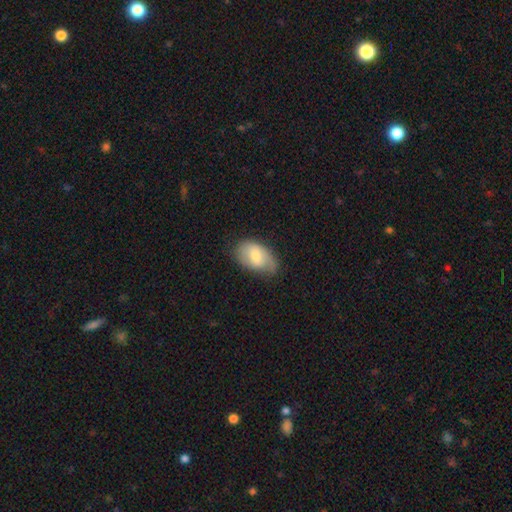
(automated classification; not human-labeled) smooth_or_featured: smooth (p=0.62) [alt: featured or disk p=0.31]
how_rounded: in between (p=0.91) [alt: round p=0.07]
merging: none (p=0.61) [alt: minor disturbance p=0.29]